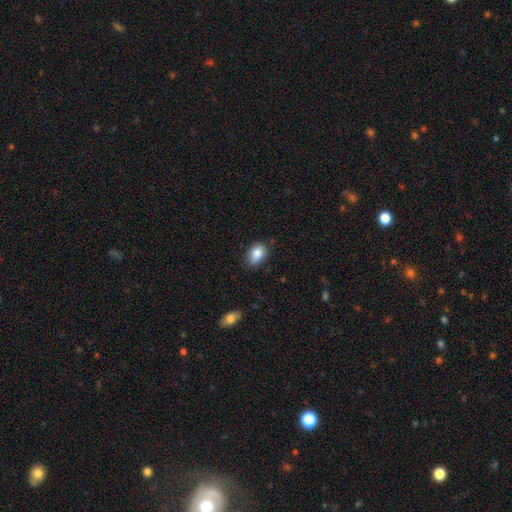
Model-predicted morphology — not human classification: This is clearly a smooth galaxy (86%). How rounded: clearly in between (83%). Merging: likely none (71%).